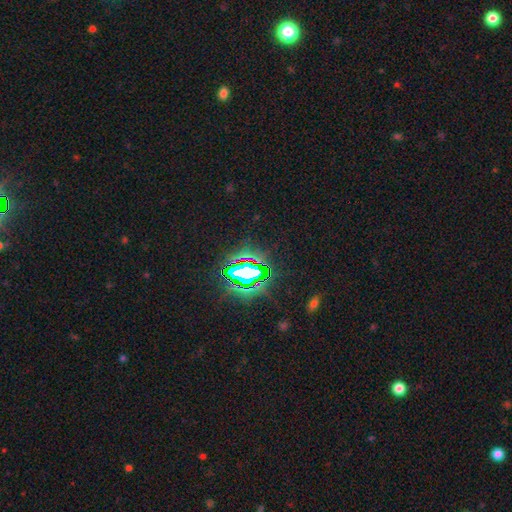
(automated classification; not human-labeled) The model was most divided on "smooth or featured": star or artifact: 82%, smooth: 11%, featured or disk: 6%.